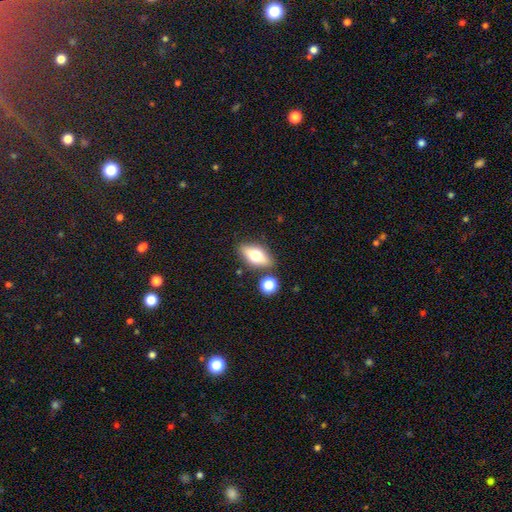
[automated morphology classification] Smooth or featured? smooth (58%)
How rounded? in between (79%)
Merging? none (80%)